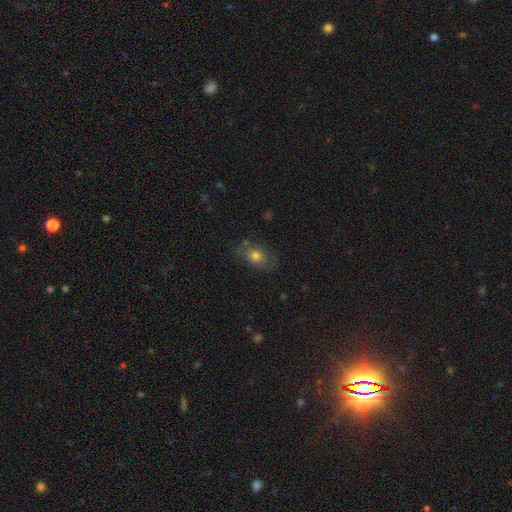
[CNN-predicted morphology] type=smooth (71%); roundness=in between (76%); merging=none (70%).